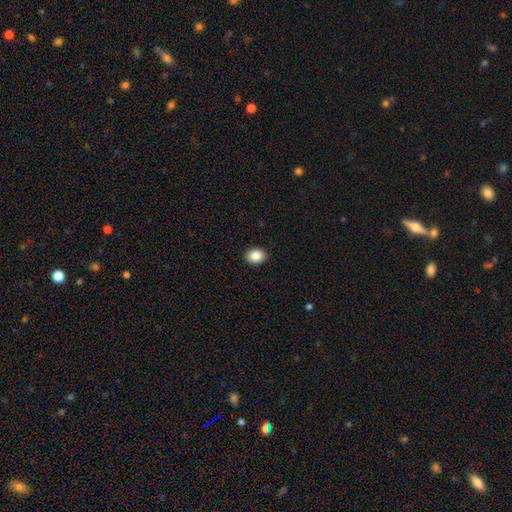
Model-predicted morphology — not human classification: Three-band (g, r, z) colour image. It shows a smooth galaxy with no disk features (86%) that is in between round and cigar-shaped (61%). Merging: none (91%).